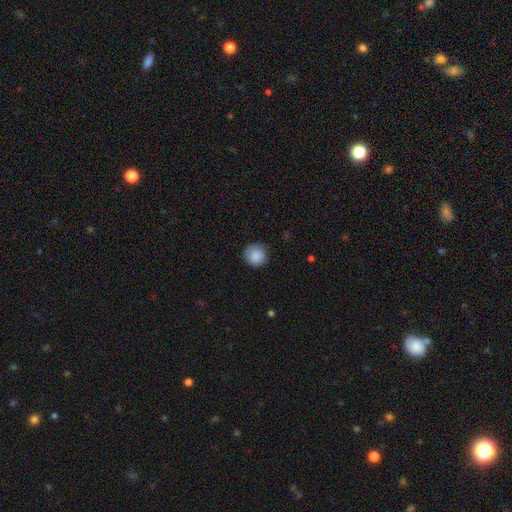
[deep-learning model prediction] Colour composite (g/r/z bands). It shows a smooth galaxy with no disk features (87%) that is round (92%). Merging: none (84%).